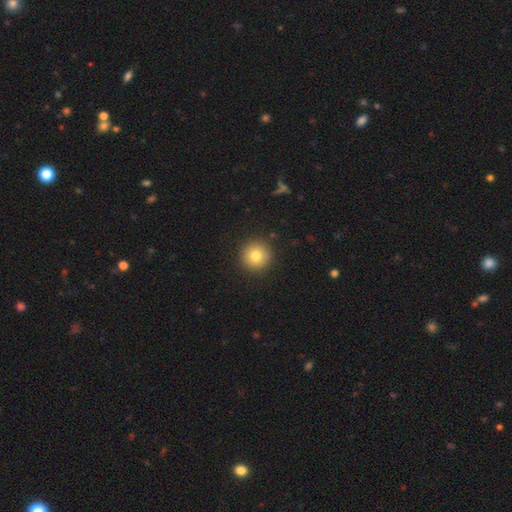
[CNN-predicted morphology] Smooth or featured?
  - smooth: 79% *
  - star or artifact: 11%
  - featured or disk: 10%
How rounded?
  - round: 95% *
  - in between: 4%
  - cigar-shaped: 1%
Merging?
  - none: 92% *
  - minor disturbance: 5%
  - major disturbance: 2%
  - merger: 1%